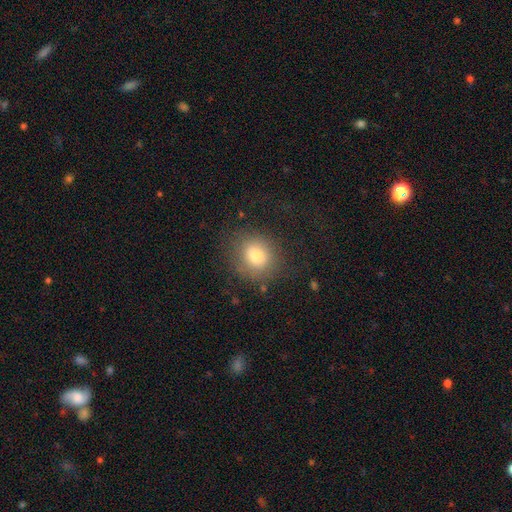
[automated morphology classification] Q: Smooth or featured?
A: smooth (77%); runner-up: star or artifact (12%)
Q: How rounded?
A: round (78%); runner-up: in between (21%)
Q: Merging?
A: none (78%); runner-up: minor disturbance (13%)